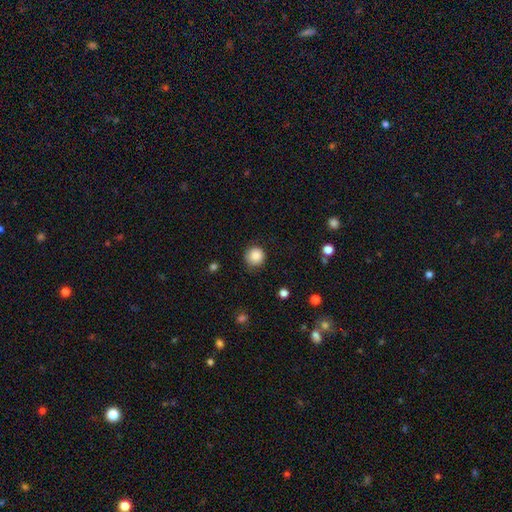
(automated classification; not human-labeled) A smooth galaxy with no disk features (87%) that is round (93%).

Vote fractions:
- Smooth or featured? smooth: 87% / star or artifact: 9% / featured or disk: 4%
- How rounded? round: 93% / in between: 6% / cigar-shaped: 1%
- Merging? none: 85% / minor disturbance: 11% / major disturbance: 3% / merger: 1%